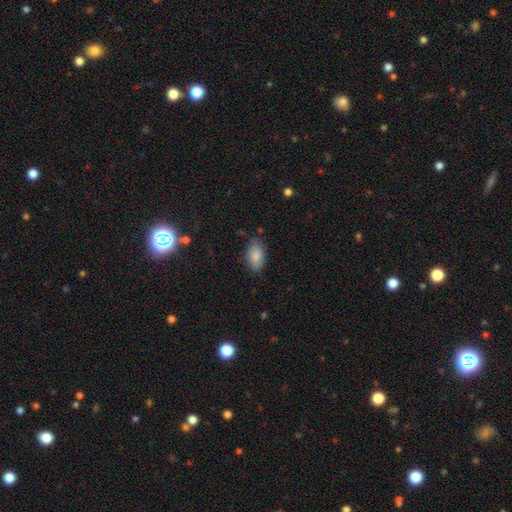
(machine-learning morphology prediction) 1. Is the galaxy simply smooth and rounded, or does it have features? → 85% smooth, 8% featured or disk, 7% star or artifact.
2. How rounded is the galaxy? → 92% in between, 6% round, 2% cigar-shaped.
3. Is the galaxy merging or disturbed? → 76% none, 19% minor disturbance, 4% major disturbance, 2% merger.